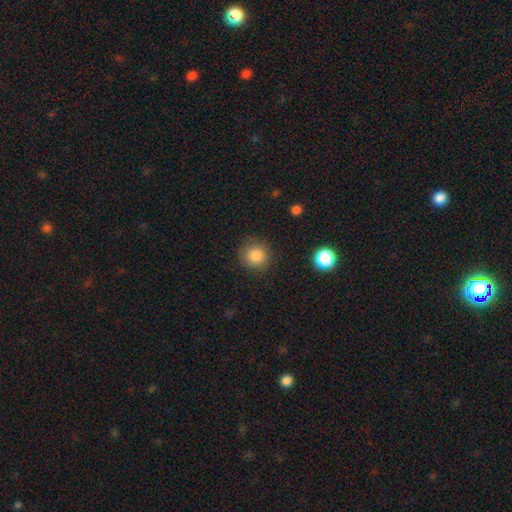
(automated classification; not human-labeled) smooth_or_featured: smooth (p=0.85) [alt: star or artifact p=0.10]
how_rounded: round (p=0.93) [alt: in between p=0.06]
merging: none (p=0.85) [alt: minor disturbance p=0.10]